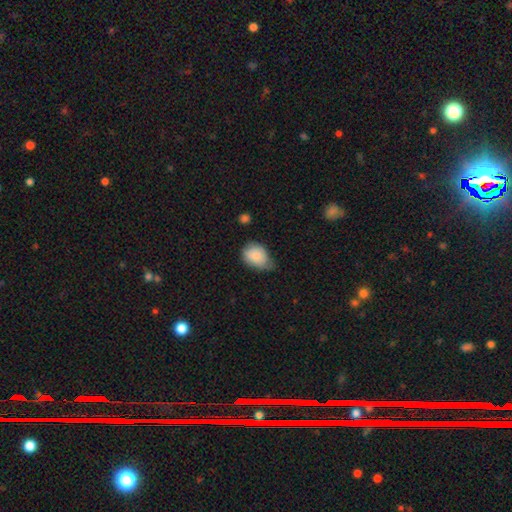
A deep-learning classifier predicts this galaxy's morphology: This appears to be a smooth galaxy with no disk features (84%) that is in between round and cigar-shaped (69%). Merging: minor disturbance (50%).